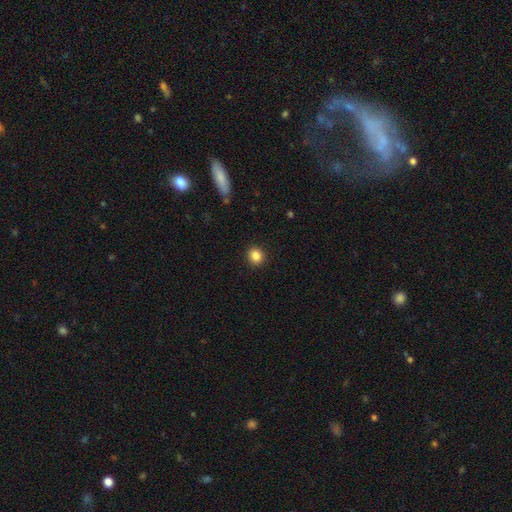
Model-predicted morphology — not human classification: Smooth or featured? Predicted: smooth (p=0.85). How rounded? Predicted: round (p=0.85). Merging? Predicted: none (p=0.91).